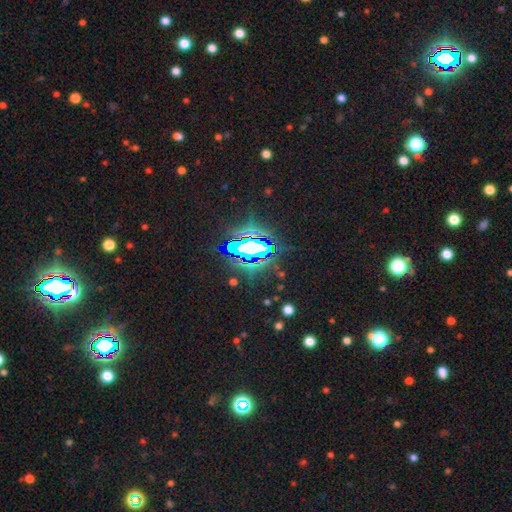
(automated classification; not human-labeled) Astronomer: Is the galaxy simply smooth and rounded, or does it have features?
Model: star or artifact — 78%.